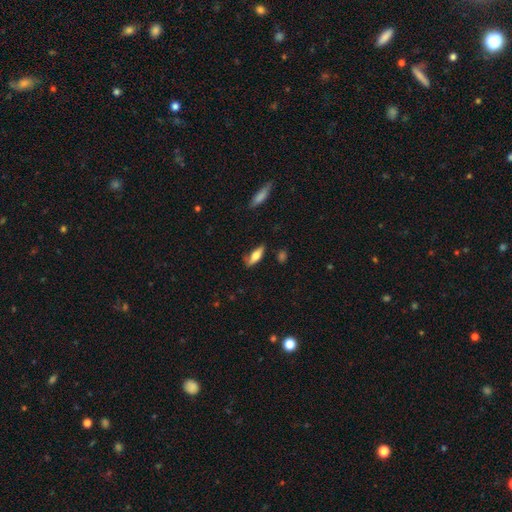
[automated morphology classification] smooth-or-featured: smooth: 64% | featured or disk: 30% | star or artifact: 6%
  how-rounded: in between: 58% | cigar-shaped: 39% | round: 2%
  merging: none: 72% | minor disturbance: 21% | major disturbance: 5% | merger: 3%